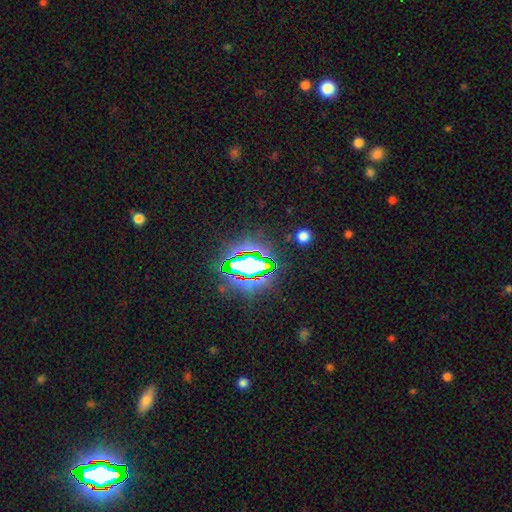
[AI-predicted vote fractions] A star or artifact, not a galaxy (81%).